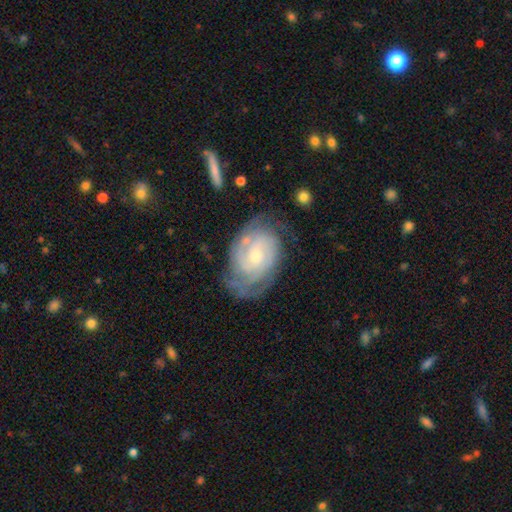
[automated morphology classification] Smooth or featured? Predicted: featured or disk (p=0.80). Edge-on disk? Predicted: no (p=0.96). Bar? Predicted: no (p=0.64). Spiral arms? Predicted: yes (p=0.93). Spiral winding? Predicted: tight (p=0.67). Spiral arm count? Predicted: can't tell (p=0.40). Bulge size? Predicted: small (p=0.63). Merging? Predicted: none (p=0.64).